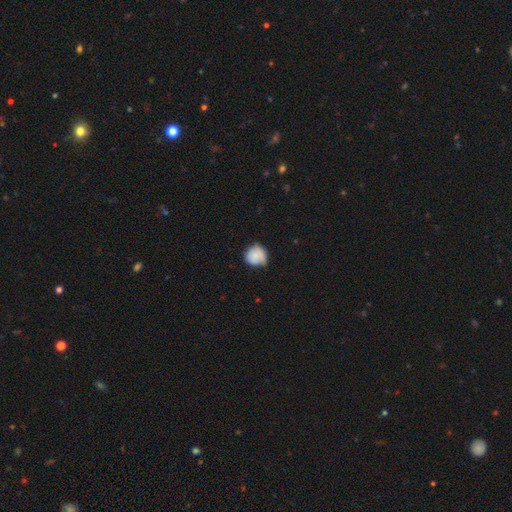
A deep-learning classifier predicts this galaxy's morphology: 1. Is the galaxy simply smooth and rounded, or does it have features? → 77% smooth, 15% featured or disk, 8% star or artifact.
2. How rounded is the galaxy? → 84% round, 15% in between, 1% cigar-shaped.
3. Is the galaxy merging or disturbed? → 51% none, 39% minor disturbance, 8% major disturbance, 3% merger.